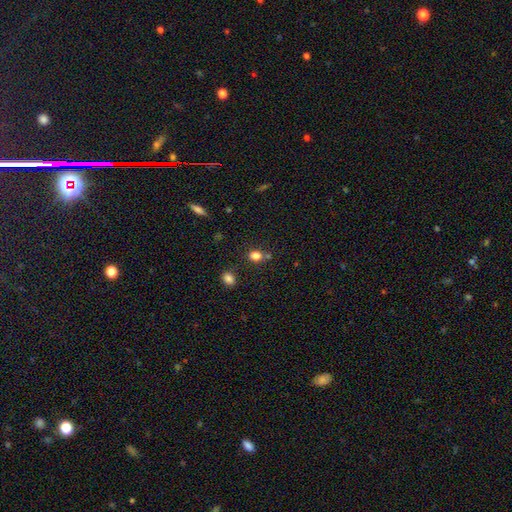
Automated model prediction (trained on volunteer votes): Q: Smooth or featured?
A: smooth (80%); runner-up: star or artifact (14%)
Q: How rounded?
A: round (53%); runner-up: in between (45%)
Q: Merging?
A: none (66%); runner-up: merger (18%)